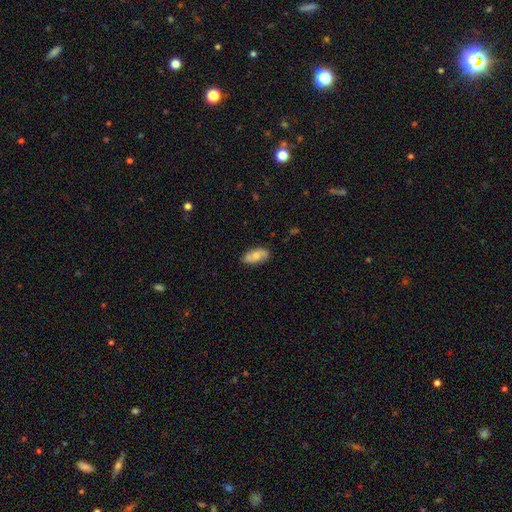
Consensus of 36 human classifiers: Smooth or featured: smooth — 50% (featured or disk — 47%)
How rounded: in between — 94% (cigar-shaped — 6%)
Merging: none — 74% (minor disturbance — 23%)